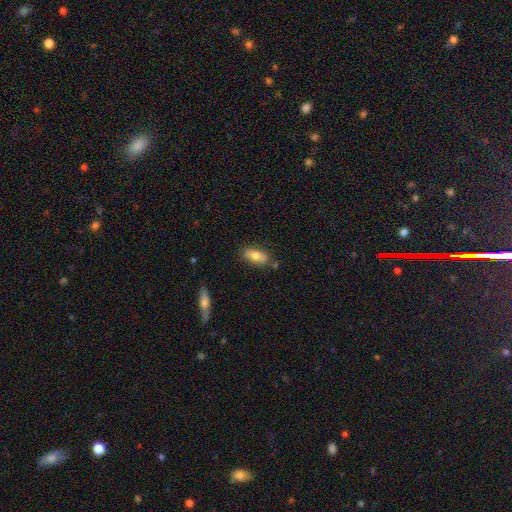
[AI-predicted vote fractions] Q: Smooth or featured?
A: smooth (72%); runner-up: featured or disk (21%)
Q: How rounded?
A: in between (82%); runner-up: cigar-shaped (14%)
Q: Merging?
A: none (76%); runner-up: minor disturbance (15%)